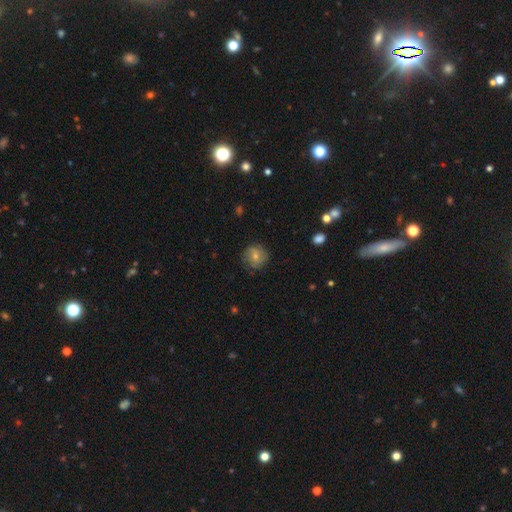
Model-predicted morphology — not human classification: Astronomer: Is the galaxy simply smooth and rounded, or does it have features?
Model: smooth — 50% (runner-up: featured or disk, 34%).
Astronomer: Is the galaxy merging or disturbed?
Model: none — 83%.